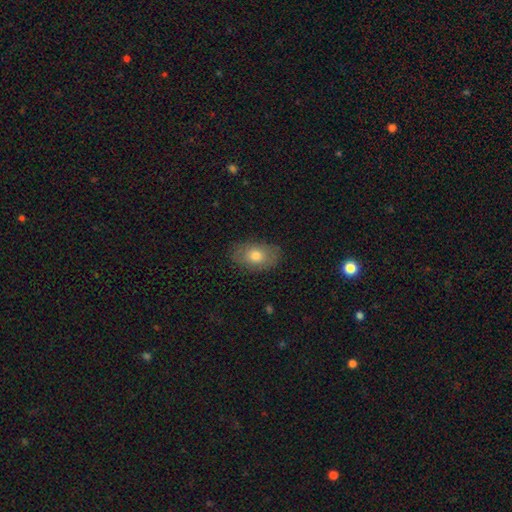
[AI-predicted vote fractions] Smooth or featured? smooth (74%)
How rounded? in between (87%)
Merging? none (83%)